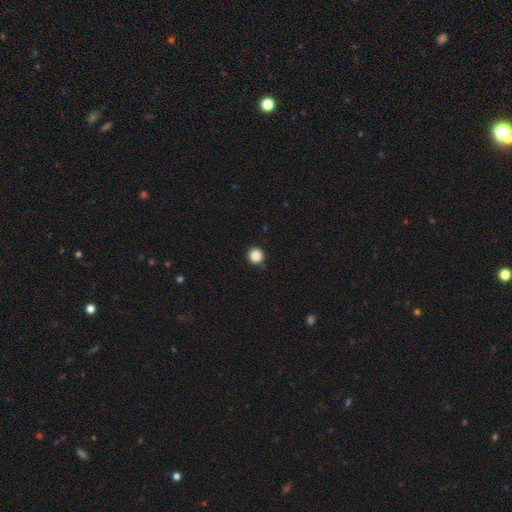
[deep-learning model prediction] Overall: smooth (87%). How rounded: round (95%). Merging: none (90%).